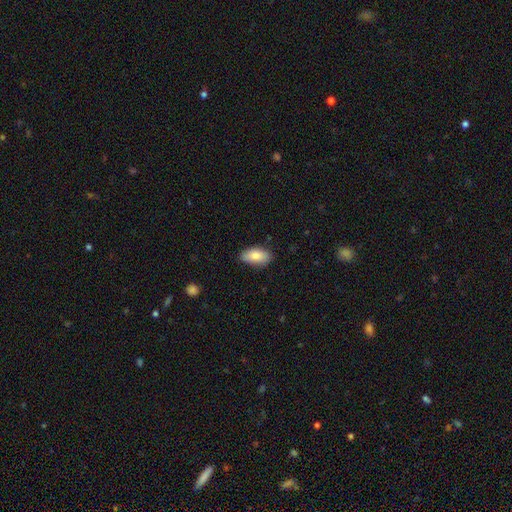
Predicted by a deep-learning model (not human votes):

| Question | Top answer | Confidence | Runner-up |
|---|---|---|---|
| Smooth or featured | smooth | 82% | featured or disk (12%) |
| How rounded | in between | 92% | cigar-shaped (4%) |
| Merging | none | 79% | minor disturbance (17%) |